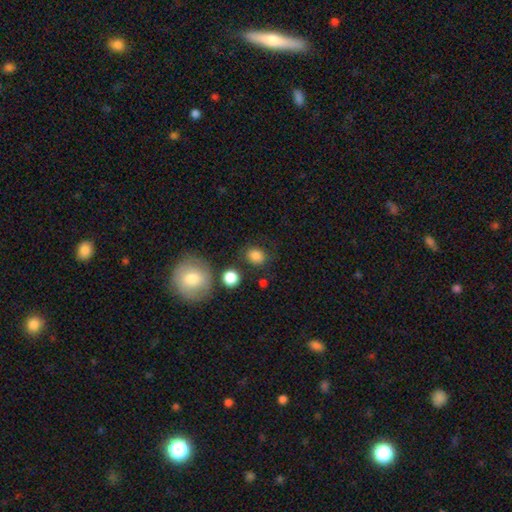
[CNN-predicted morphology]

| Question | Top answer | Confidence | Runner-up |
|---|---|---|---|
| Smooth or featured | smooth | 84% | star or artifact (10%) |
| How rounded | round | 56% | in between (43%) |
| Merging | none | 79% | minor disturbance (12%) |